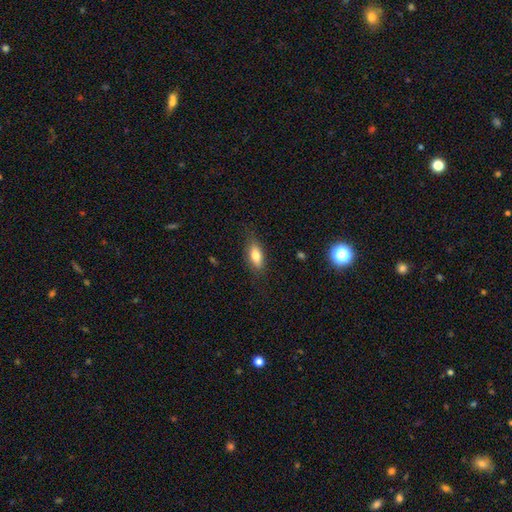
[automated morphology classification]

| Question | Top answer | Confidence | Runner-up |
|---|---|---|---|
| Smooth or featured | smooth | 77% | featured or disk (15%) |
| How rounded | in between | 82% | cigar-shaped (14%) |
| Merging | none | 77% | minor disturbance (17%) |